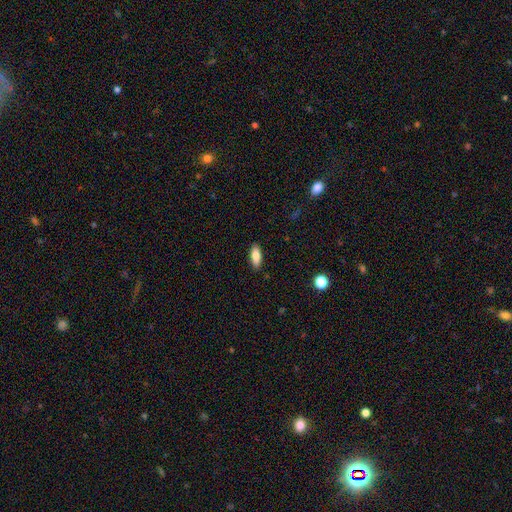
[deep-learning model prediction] Q: Smooth or featured?
A: smooth (82%); runner-up: featured or disk (11%)
Q: How rounded?
A: in between (74%); runner-up: cigar-shaped (24%)
Q: Merging?
A: none (89%); runner-up: minor disturbance (8%)